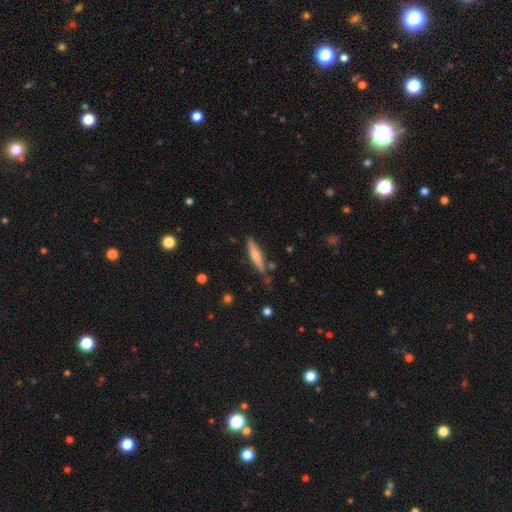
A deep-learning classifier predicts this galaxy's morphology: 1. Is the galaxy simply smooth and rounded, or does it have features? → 55% smooth, 39% featured or disk, 6% star or artifact.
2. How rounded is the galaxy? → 87% cigar-shaped, 11% in between, 2% round.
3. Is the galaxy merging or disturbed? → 82% none, 12% minor disturbance, 4% merger, 2% major disturbance.